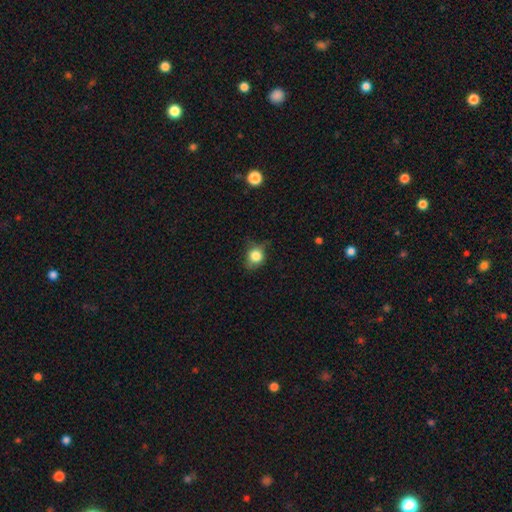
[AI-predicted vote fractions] A smooth galaxy with no disk features (79%) that is round (69%).

Vote fractions:
- Smooth or featured? smooth: 79% / star or artifact: 10% / featured or disk: 10%
- How rounded? round: 69% / in between: 29% / cigar-shaped: 1%
- Merging? none: 61% / minor disturbance: 29% / major disturbance: 9% / merger: 1%